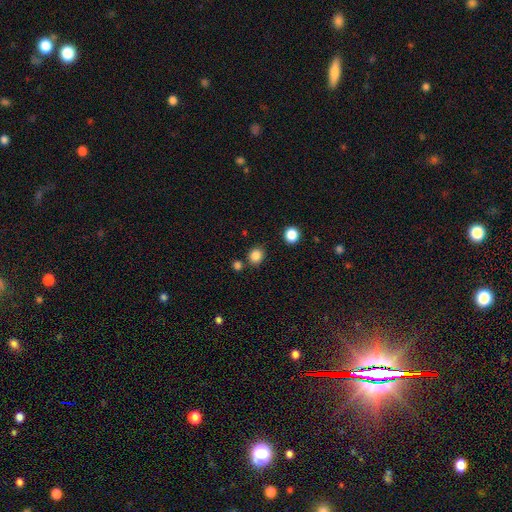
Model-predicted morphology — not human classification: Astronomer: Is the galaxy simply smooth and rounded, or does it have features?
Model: smooth — 85%.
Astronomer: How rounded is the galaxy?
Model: round — 79%.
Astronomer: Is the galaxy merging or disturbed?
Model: none — 80%.